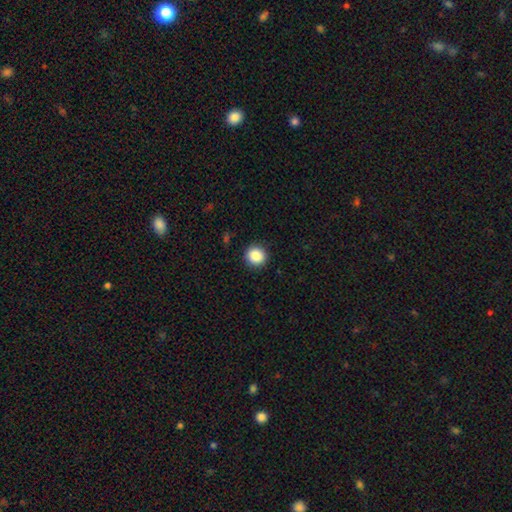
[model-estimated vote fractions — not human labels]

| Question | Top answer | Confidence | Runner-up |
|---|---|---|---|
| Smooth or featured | smooth | 87% | star or artifact (9%) |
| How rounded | round | 93% | in between (6%) |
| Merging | none | 92% | minor disturbance (6%) |